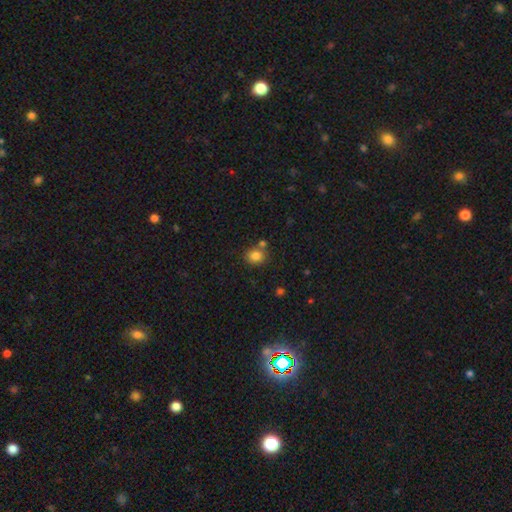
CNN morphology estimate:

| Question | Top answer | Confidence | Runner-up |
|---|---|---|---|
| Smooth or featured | smooth | 84% | star or artifact (11%) |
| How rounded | round | 74% | in between (25%) |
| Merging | none | 71% | merger (15%) |